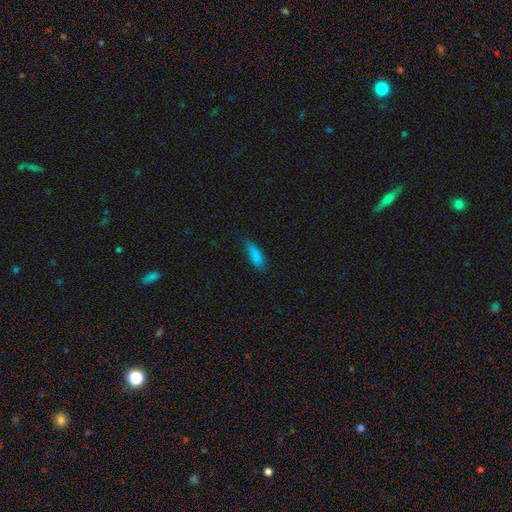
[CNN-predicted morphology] smooth-or-featured: smooth: 81% | featured or disk: 10% | star or artifact: 9%
  how-rounded: in between: 53% | cigar-shaped: 45% | round: 2%
  merging: none: 63% | minor disturbance: 28% | major disturbance: 7% | merger: 2%